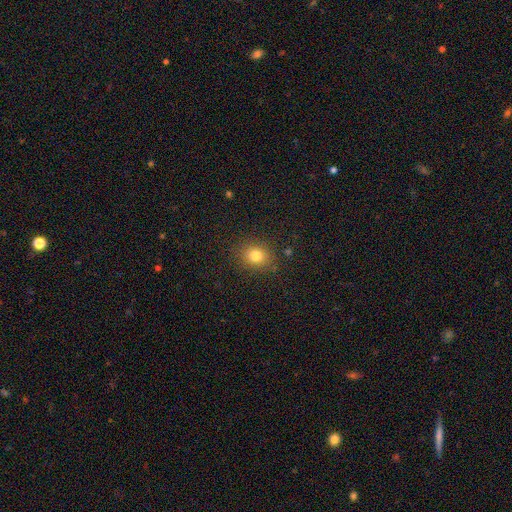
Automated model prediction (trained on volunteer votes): Q: Smooth or featured?
A: smooth (80%); runner-up: star or artifact (13%)
Q: How rounded?
A: round (69%); runner-up: in between (31%)
Q: Merging?
A: none (86%); runner-up: minor disturbance (9%)